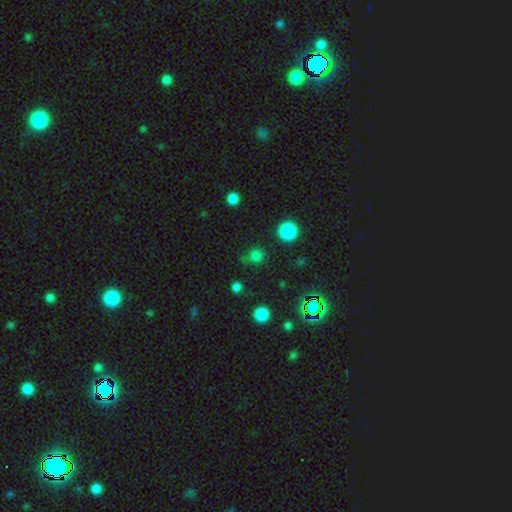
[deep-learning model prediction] Smooth or featured: smooth — 70% (star or artifact — 24%)
How rounded: round — 90% (in between — 9%)
Merging: none — 76% (minor disturbance — 13%)